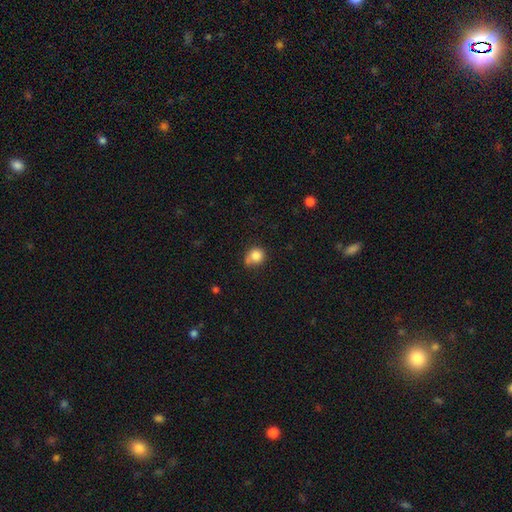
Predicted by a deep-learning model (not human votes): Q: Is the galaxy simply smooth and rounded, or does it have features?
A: smooth — 82%.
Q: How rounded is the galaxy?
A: round — 81%.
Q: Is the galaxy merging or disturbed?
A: none — 56%.